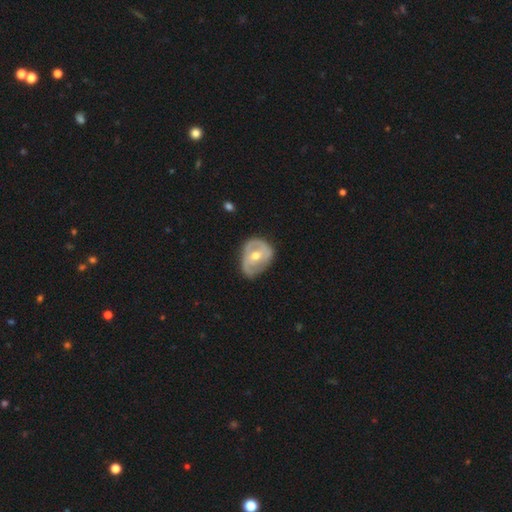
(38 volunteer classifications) Overall: featured or disk (68%). Edge-on disk: no (100%). Bar: no (50%; weak 35%). Spiral arms: yes (73%). Spiral arm count: 2 (47%; can't tell 37%). Spiral winding: tight (74%). Bulge size: moderate (73%). Merging: none (47%; minor disturbance 32%).